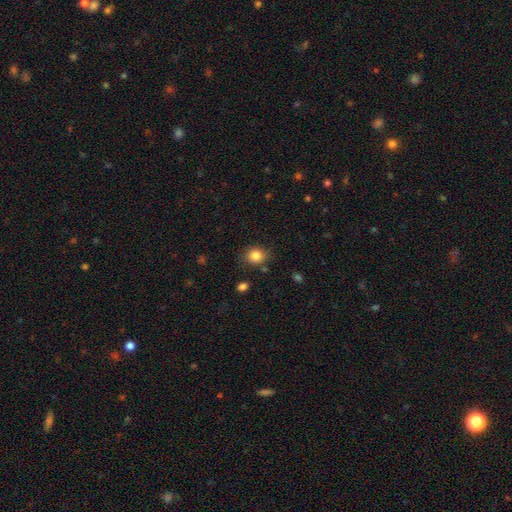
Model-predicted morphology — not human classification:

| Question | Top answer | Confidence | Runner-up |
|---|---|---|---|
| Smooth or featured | smooth | 84% | star or artifact (10%) |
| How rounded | round | 68% | in between (31%) |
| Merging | none | 82% | minor disturbance (12%) |